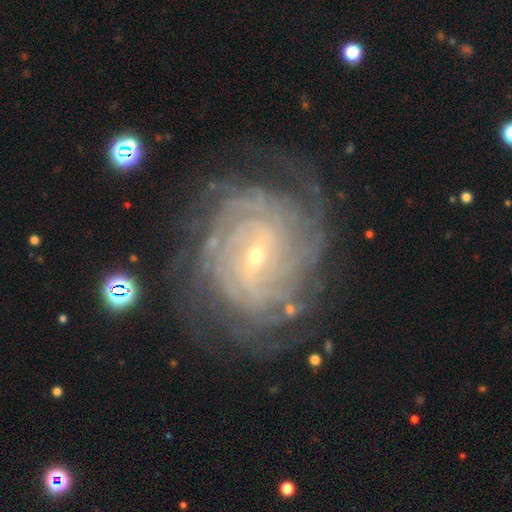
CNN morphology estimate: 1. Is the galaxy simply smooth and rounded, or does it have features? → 90% featured or disk, 5% star or artifact, 5% smooth.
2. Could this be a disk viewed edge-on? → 97% no, 3% yes.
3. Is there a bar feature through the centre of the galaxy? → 50% weak, 29% no, 21% strong.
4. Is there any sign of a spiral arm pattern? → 97% yes, 3% no.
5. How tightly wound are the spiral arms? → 79% tight, 17% medium, 4% loose.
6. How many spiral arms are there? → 29% can't tell, 23% more than 4, 22% 4, 10% 3, 9% 2, 7% 1.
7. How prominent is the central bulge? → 77% small, 20% moderate, 1% large, 1% none, 1% dominant.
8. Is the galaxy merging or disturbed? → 74% none, 16% minor disturbance, 8% major disturbance, 2% merger.